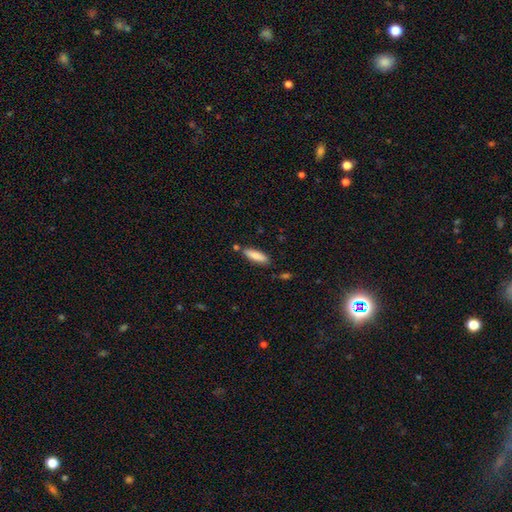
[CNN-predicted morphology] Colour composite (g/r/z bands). It shows a smooth galaxy with no disk features (84%) that is cigar-shaped (55%). Merging: none (77%).